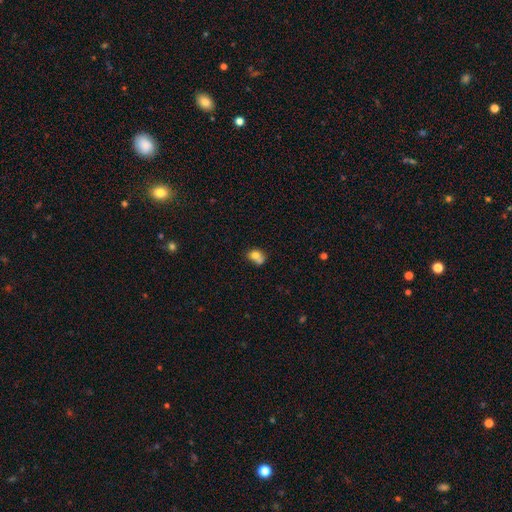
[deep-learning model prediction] A smooth galaxy with no disk features (72%) that is round (51%). Merging: merger (46%).